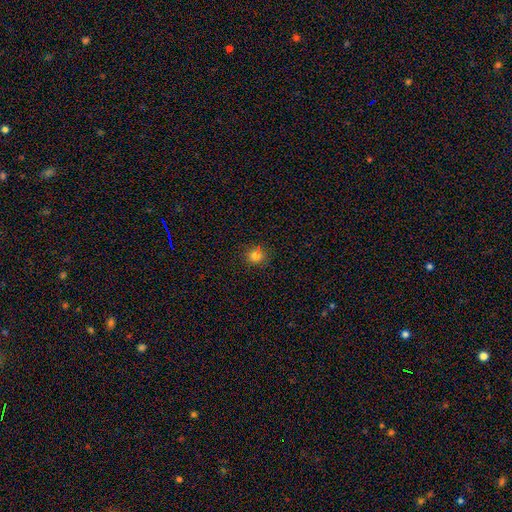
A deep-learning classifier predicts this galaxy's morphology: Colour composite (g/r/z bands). It shows a smooth galaxy with no disk features (79%) that is round (83%). Merging: none (83%).